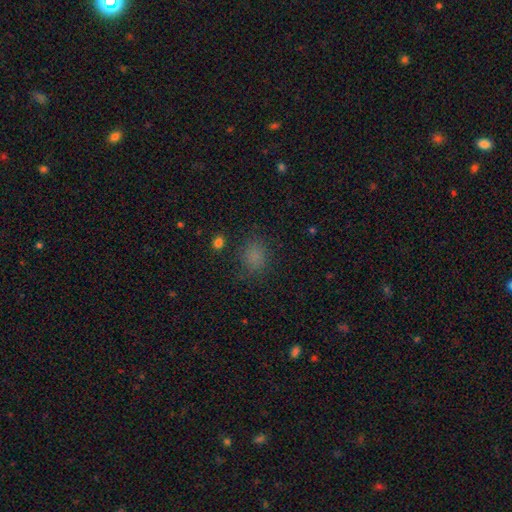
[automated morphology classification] Smooth or featured? smooth (79%)
How rounded? round (57%)
Merging? none (81%)